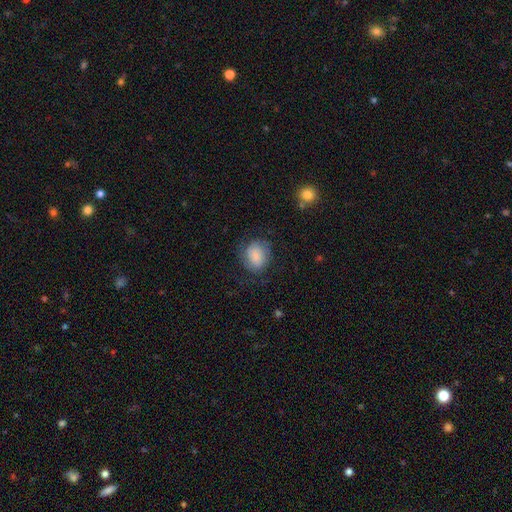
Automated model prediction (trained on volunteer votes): This appears to be a smooth galaxy with no disk features (68%) that is round (59%). Merging: none (65%).